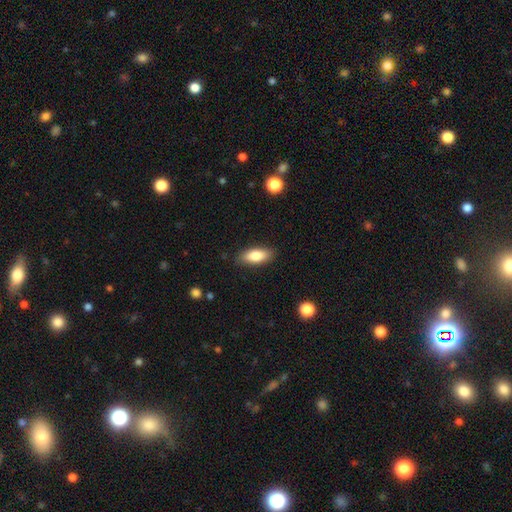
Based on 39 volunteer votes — This is clearly a smooth galaxy (85%). How rounded: clearly in between (91%). Merging: clearly none (87%).